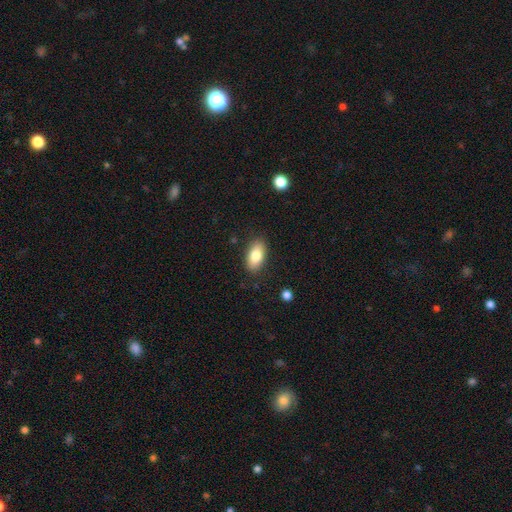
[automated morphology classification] This appears to be a smooth galaxy with no disk features (81%) that is in between round and cigar-shaped (91%). Merging: none (86%).